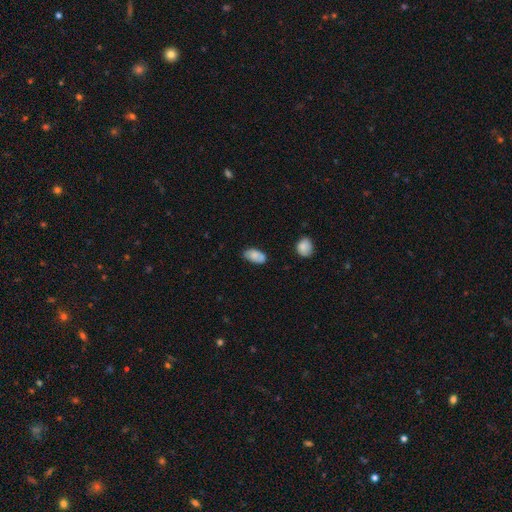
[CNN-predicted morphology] A smooth galaxy with no disk features (80%) that is in between round and cigar-shaped (94%). Merging: none (74%).